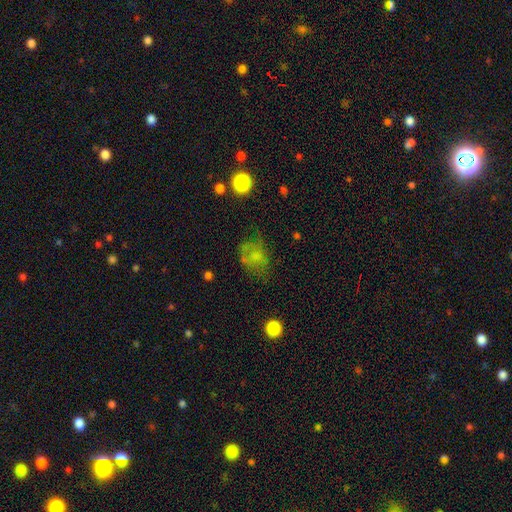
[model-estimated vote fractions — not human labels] Smooth or featured: smooth — 55% (featured or disk — 29%)
How rounded: in between — 57% (round — 42%)
Merging: none — 42% (major disturbance — 28%)